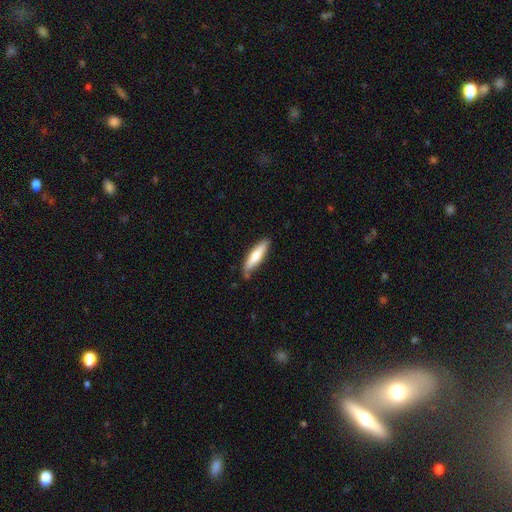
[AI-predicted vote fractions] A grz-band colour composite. It shows a smooth galaxy with no disk features (68%) that is cigar-shaped (75%). Merging: none (74%).